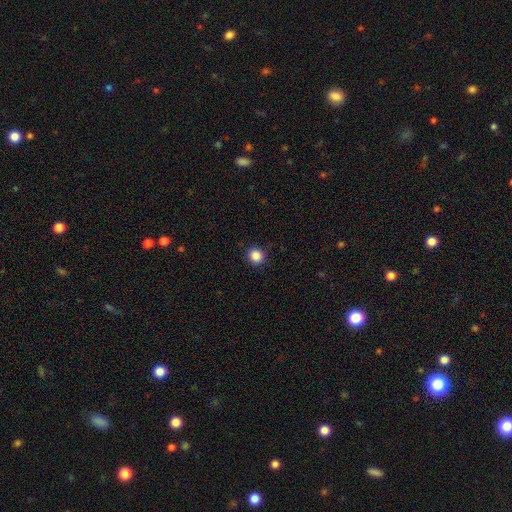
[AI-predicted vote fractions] Overall: smooth (87%). How rounded: round (93%). Merging: none (91%).